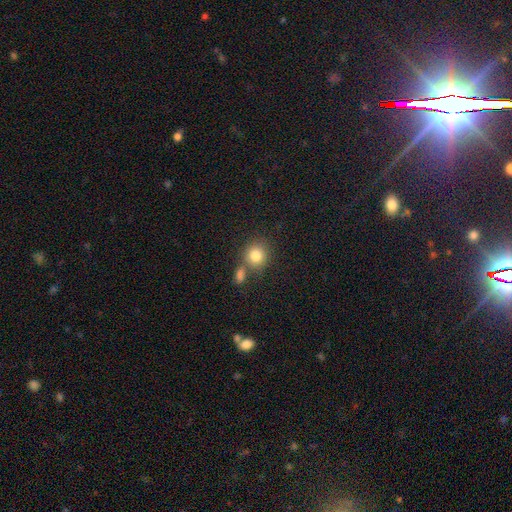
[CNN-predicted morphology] Smooth or featured: smooth — 83% (star or artifact — 10%)
How rounded: round — 83% (in between — 16%)
Merging: none — 60% (merger — 25%)